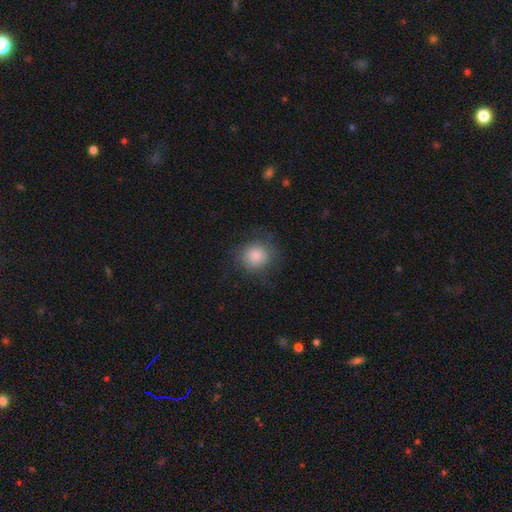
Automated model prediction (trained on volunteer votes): smooth 83%, featured or disk 9%, star or artifact 8%. Down the decision tree: how rounded — round (89%); merging — none (74%).